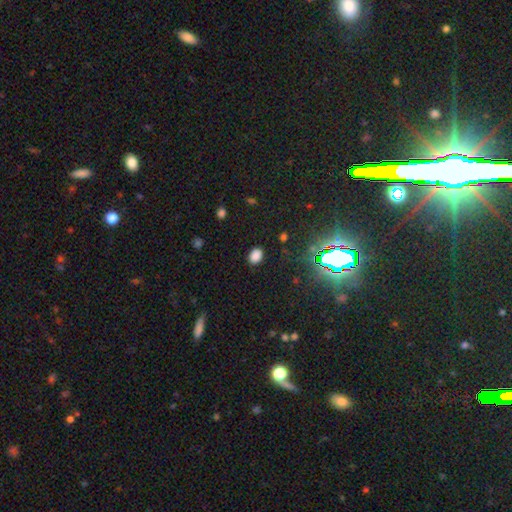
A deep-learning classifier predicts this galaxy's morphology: Overall: smooth (79%). How rounded: in between (78%). Merging: none (86%).